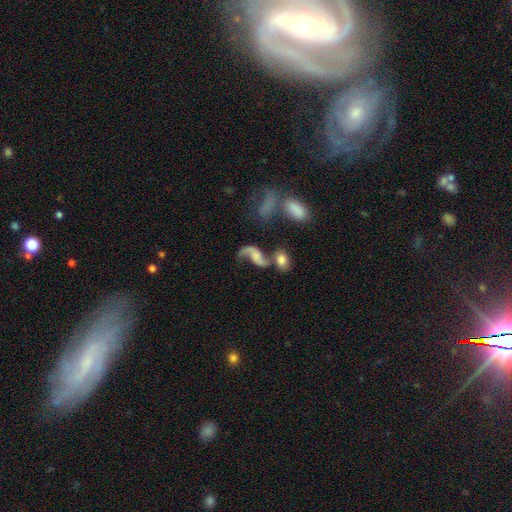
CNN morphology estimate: The model was most divided on "merging": none: 38%, merger: 28%, major disturbance: 18%, minor disturbance: 16%. Remaining: edge-on disk — no (96%); spiral arms — yes (90%); spiral winding — loose (86%); spiral arm count — 2 (84%); smooth or featured — featured or disk (75%); bar — no (60%); bulge size — none (43%).